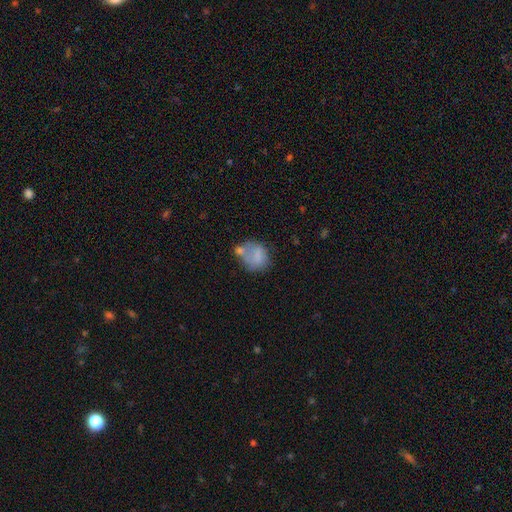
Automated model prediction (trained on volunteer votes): The model was most divided on "merging": none: 36%, merger: 24%, minor disturbance: 23%, major disturbance: 17%. More confident: smooth or featured — smooth (66%); how rounded — round (56%).